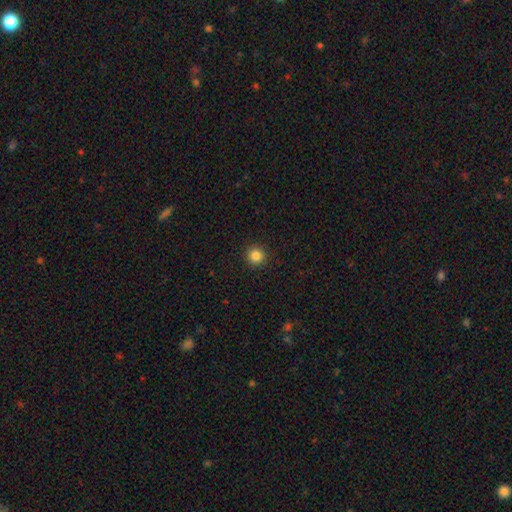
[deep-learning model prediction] Smooth or featured? smooth (84%)
How rounded? round (96%)
Merging? none (93%)